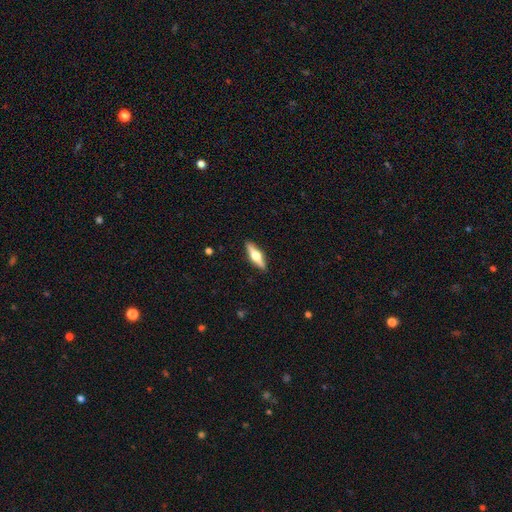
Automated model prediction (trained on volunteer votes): A featured or disk galaxy (60%) viewed edge-on (95%) with a rounded central bulge (95%).

Vote fractions:
- Smooth or featured? featured or disk: 60% / smooth: 35% / star or artifact: 6%
- Edge-on disk? yes: 95% / no: 5%
- Edge-on bulge? rounded: 95% / boxy: 4% / none: 2%
- Merging? none: 90% / minor disturbance: 7% / major disturbance: 2% / merger: 1%